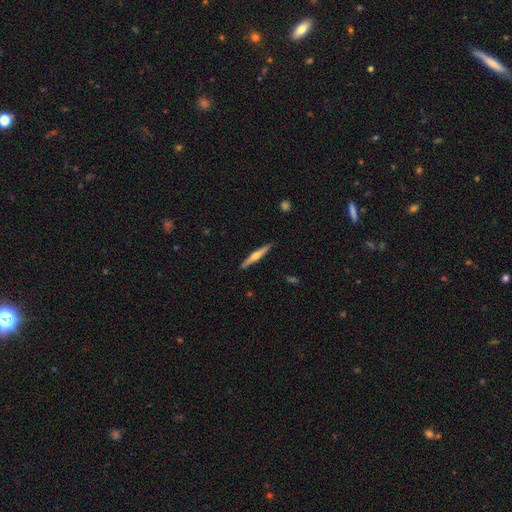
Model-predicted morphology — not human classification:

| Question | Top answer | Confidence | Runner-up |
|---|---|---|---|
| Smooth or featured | featured or disk | 63% | smooth (32%) |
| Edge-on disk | yes | 97% | no (3%) |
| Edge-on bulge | rounded | 90% | none (6%) |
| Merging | none | 91% | minor disturbance (7%) |